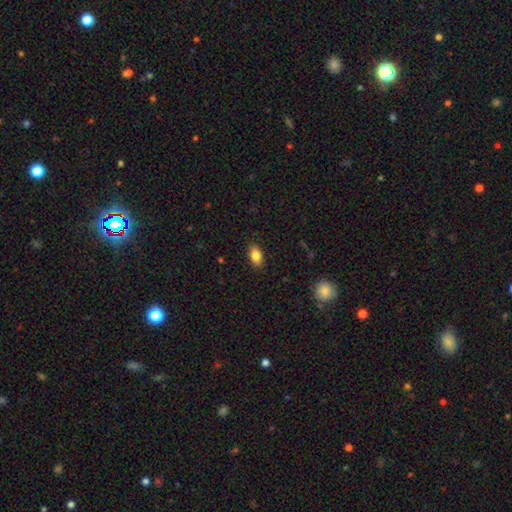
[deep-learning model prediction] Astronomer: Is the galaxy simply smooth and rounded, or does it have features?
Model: smooth — 84%.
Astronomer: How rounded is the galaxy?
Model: in between — 90%.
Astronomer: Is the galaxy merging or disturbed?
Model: none — 89%.